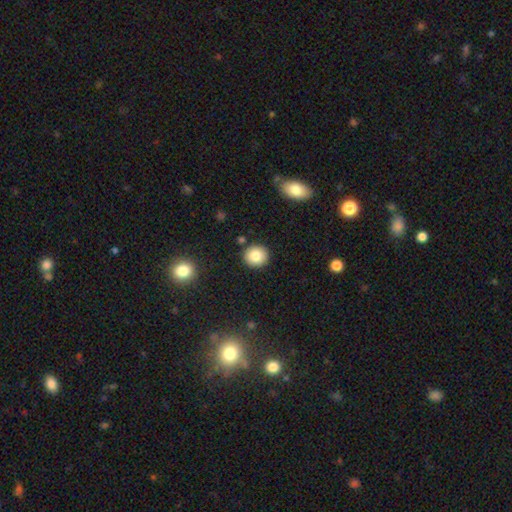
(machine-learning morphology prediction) A smooth galaxy with no disk features (84%) that is round (89%). Merging: none (89%).